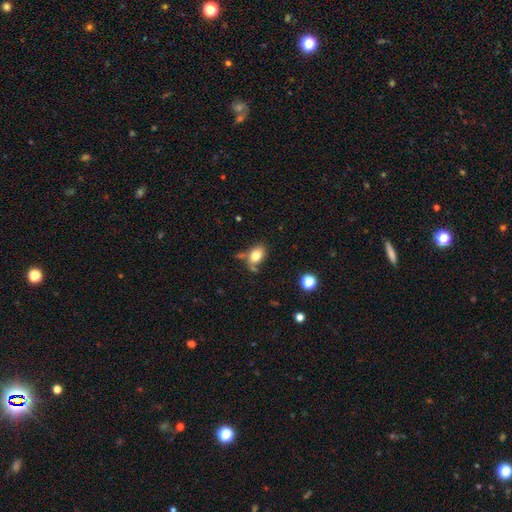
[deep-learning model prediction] Smooth or featured? smooth (78%)
How rounded? in between (81%)
Merging? none (56%)